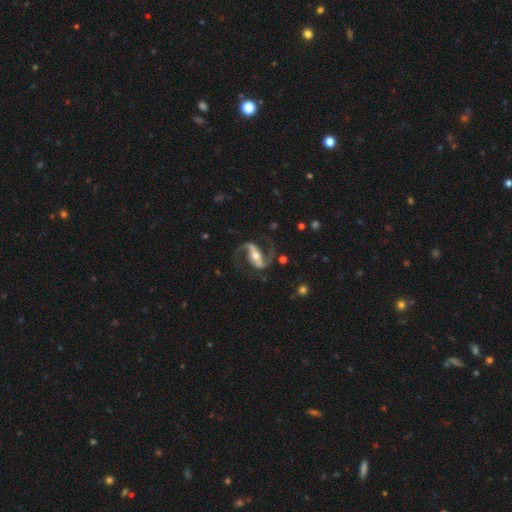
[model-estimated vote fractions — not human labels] Q: Smooth or featured?
A: featured or disk (91%); runner-up: smooth (4%)
Q: Edge-on disk?
A: no (96%); runner-up: yes (4%)
Q: Bar?
A: strong (61%); runner-up: weak (24%)
Q: Spiral arms?
A: yes (97%); runner-up: no (3%)
Q: Spiral winding?
A: medium (47%); runner-up: loose (43%)
Q: Spiral arm count?
A: 2 (93%); runner-up: 1 (2%)
Q: Bulge size?
A: moderate (58%); runner-up: small (34%)
Q: Merging?
A: none (77%); runner-up: minor disturbance (12%)